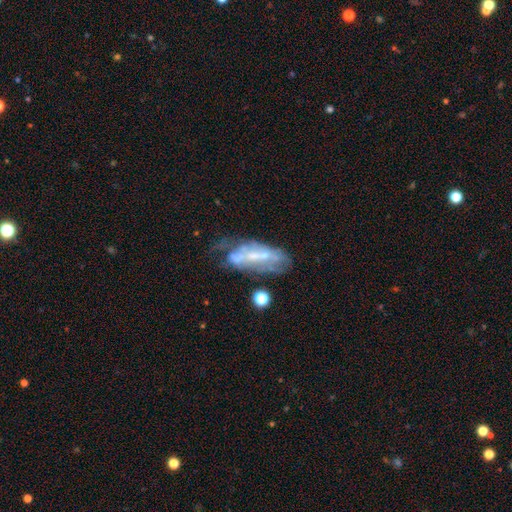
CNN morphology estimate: smooth-or-featured: featured or disk: 65% | smooth: 25% | star or artifact: 10%
  disk-edge-on: no: 85% | yes: 15%
    bar: no: 44% | weak: 29% | strong: 27%
    has-spiral-arms: no: 63% | yes: 37%
    bulge-size: small: 47% | moderate: 26% | none: 23% | large: 3% | dominant: 1%
  merging: none: 35% | minor disturbance: 26% | major disturbance: 25% | merger: 13%